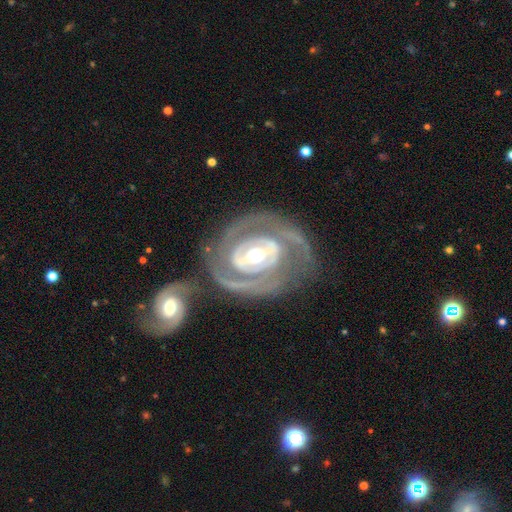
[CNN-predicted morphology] Smooth or featured? Predicted: featured or disk (p=0.88). Edge-on disk? Predicted: no (p=0.96). Bar? Predicted: strong (p=0.47). Spiral arms? Predicted: yes (p=0.86). Spiral winding? Predicted: tight (p=0.61). Spiral arm count? Predicted: 2 (p=0.60). Bulge size? Predicted: moderate (p=0.71). Merging? Predicted: none (p=0.49).